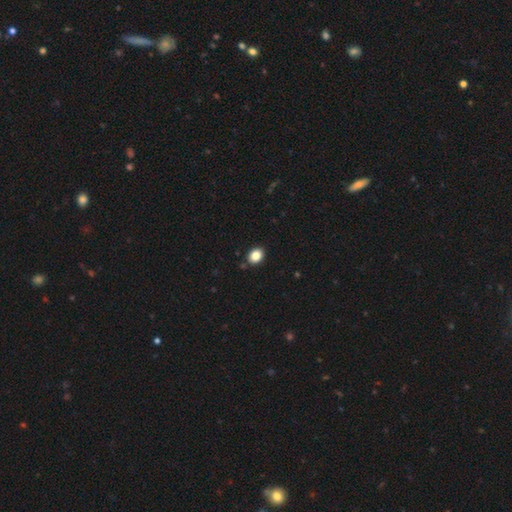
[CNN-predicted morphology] type=smooth (86%); roundness=in between (57%); merging=none (88%).